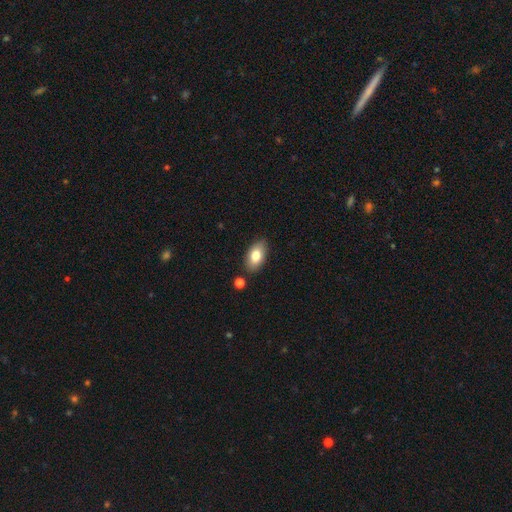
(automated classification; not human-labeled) Overall: smooth (80%). How rounded: in between (92%). Merging: none (83%).